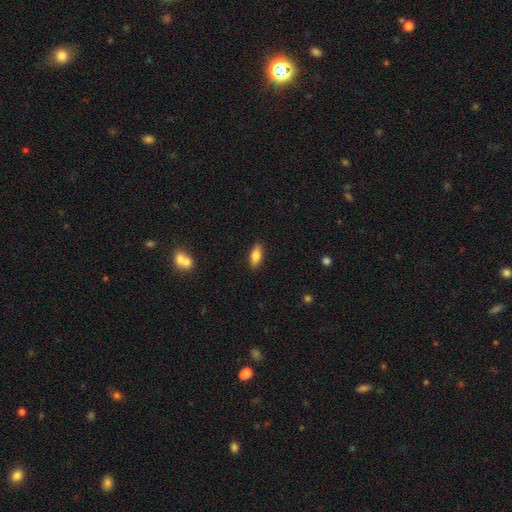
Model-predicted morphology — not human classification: Smooth or featured? Predicted: smooth (p=0.80). How rounded? Predicted: in between (p=0.80). Merging? Predicted: none (p=0.88).